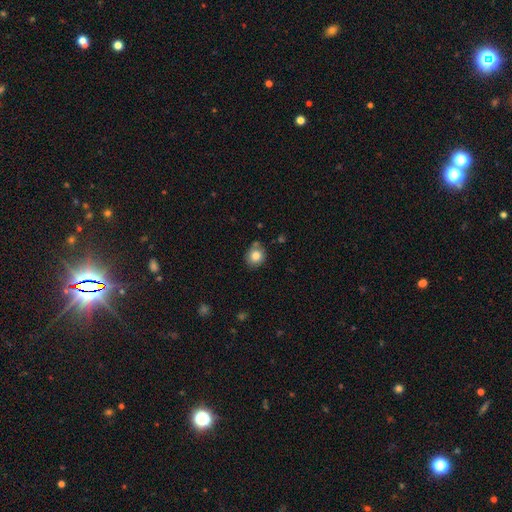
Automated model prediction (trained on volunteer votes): A smooth galaxy with no disk features (82%) that is round (78%). Merging: none (74%).